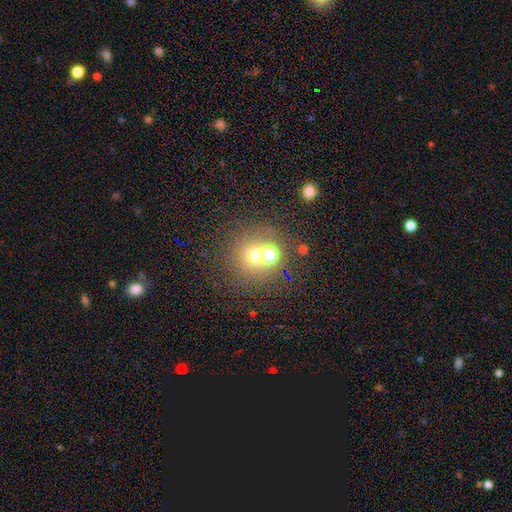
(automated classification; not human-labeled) Smooth or featured? smooth (60%)
How rounded? round (90%)
Merging? none (62%)